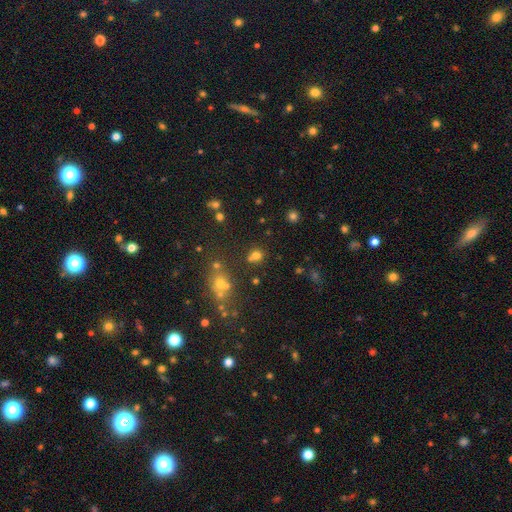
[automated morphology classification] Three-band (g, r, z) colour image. It shows a smooth galaxy with no disk features (69%) that is round (79%). Merging: none (67%).